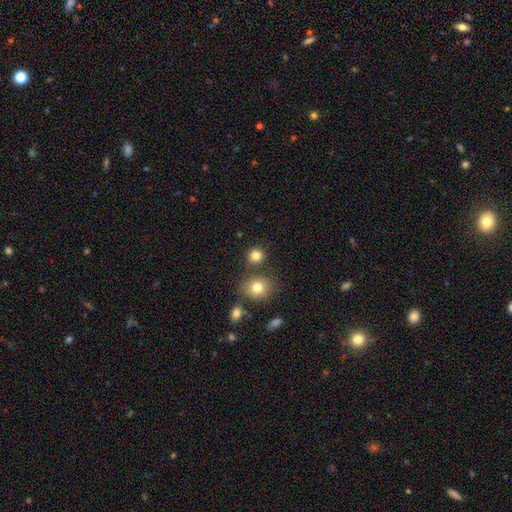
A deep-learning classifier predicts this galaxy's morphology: type=smooth (82%); roundness=round (85%); merging=none (76%).